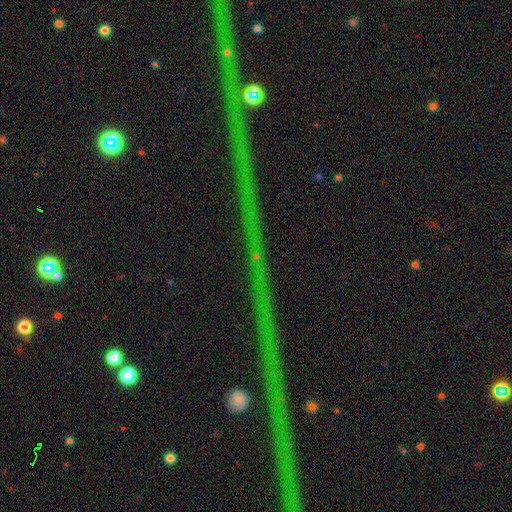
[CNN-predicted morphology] star or artifact 74%, featured or disk 17%, smooth 9%.